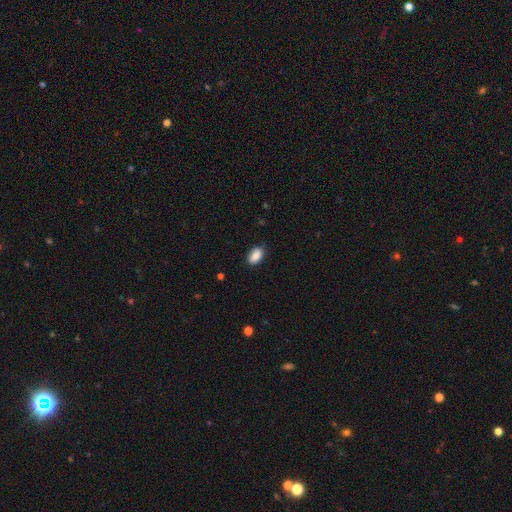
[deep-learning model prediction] A smooth galaxy with no disk features (88%) that is in between round and cigar-shaped (92%).

Vote fractions:
- Smooth or featured? smooth: 88% / star or artifact: 7% / featured or disk: 5%
- How rounded? in between: 92% / round: 6% / cigar-shaped: 2%
- Merging? none: 86% / minor disturbance: 10% / major disturbance: 2% / merger: 1%